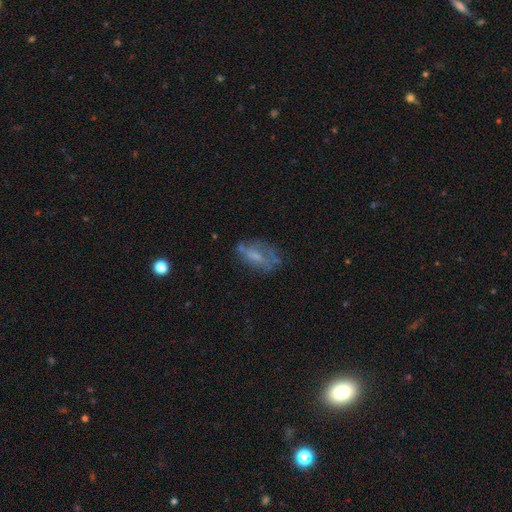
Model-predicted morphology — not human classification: Q: Smooth or featured?
A: featured or disk (48%); runner-up: smooth (40%)
Q: Merging?
A: none (51%); runner-up: minor disturbance (25%)